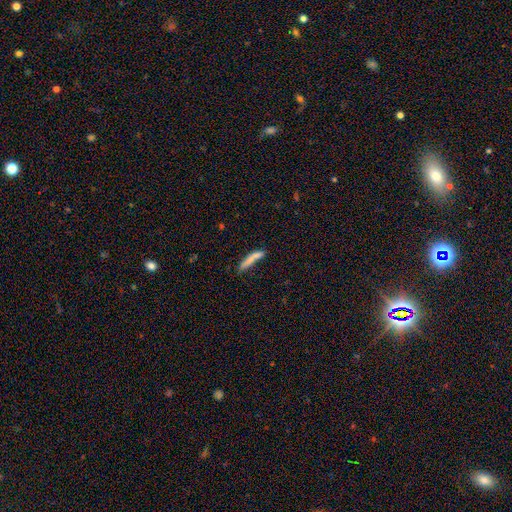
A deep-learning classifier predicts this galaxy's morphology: Smooth or featured? smooth (75%)
How rounded? cigar-shaped (90%)
Merging? none (58%)